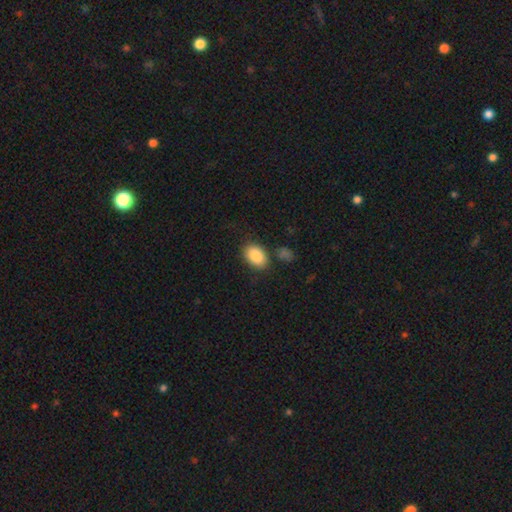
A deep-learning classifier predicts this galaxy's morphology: Smooth or featured? smooth (87%)
How rounded? in between (88%)
Merging? none (80%)